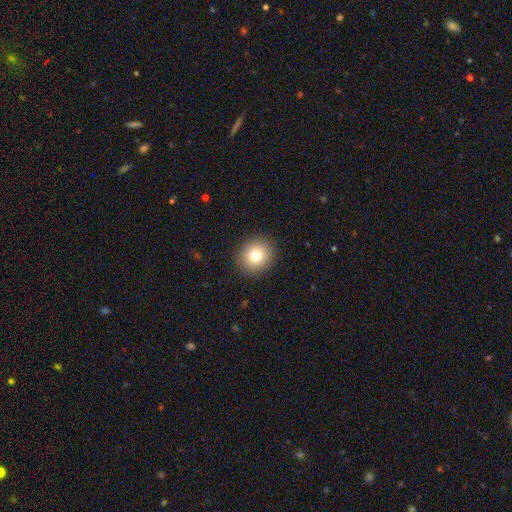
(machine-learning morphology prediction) This appears to be a smooth galaxy with no disk features (77%) that is round (85%). Merging: none (91%).